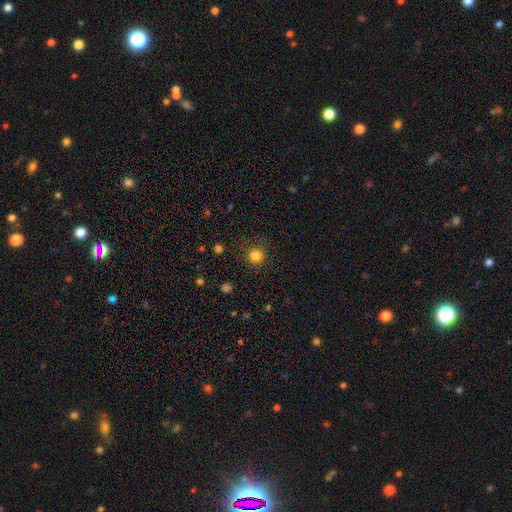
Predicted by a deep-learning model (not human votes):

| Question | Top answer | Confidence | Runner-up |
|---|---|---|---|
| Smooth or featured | smooth | 82% | star or artifact (14%) |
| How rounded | round | 95% | in between (4%) |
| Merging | none | 87% | minor disturbance (8%) |